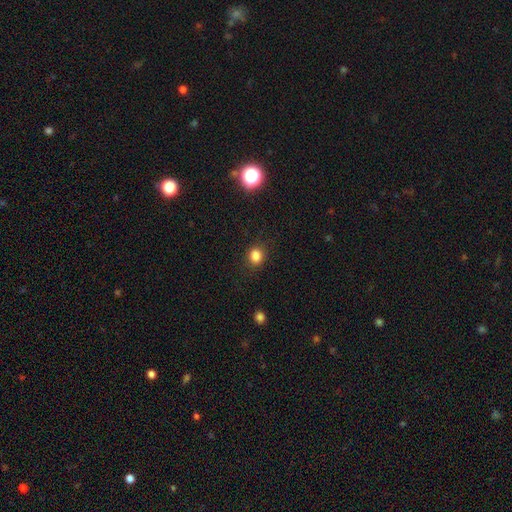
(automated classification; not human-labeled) Q: Smooth or featured?
A: smooth (83%); runner-up: star or artifact (13%)
Q: How rounded?
A: round (72%); runner-up: in between (27%)
Q: Merging?
A: none (86%); runner-up: minor disturbance (9%)